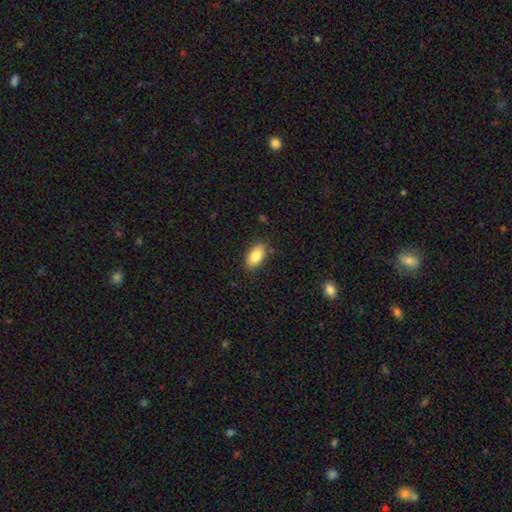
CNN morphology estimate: Smooth or featured? smooth (85%)
How rounded? in between (93%)
Merging? none (84%)